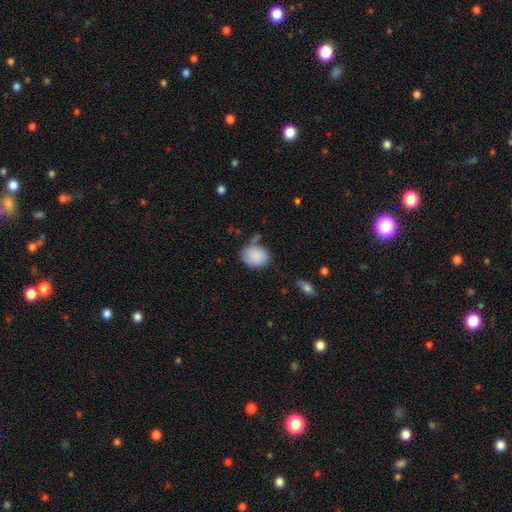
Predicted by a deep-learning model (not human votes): Q: Smooth or featured?
A: smooth (87%); runner-up: star or artifact (7%)
Q: How rounded?
A: in between (53%); runner-up: round (46%)
Q: Merging?
A: none (61%); runner-up: minor disturbance (24%)